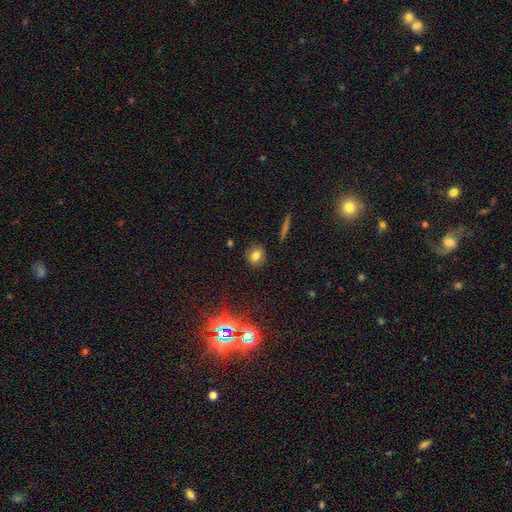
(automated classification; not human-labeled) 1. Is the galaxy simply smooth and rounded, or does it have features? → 77% smooth, 14% star or artifact, 9% featured or disk.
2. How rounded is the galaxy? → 72% round, 26% in between, 2% cigar-shaped.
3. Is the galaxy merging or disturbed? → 89% none, 7% minor disturbance, 2% major disturbance, 2% merger.